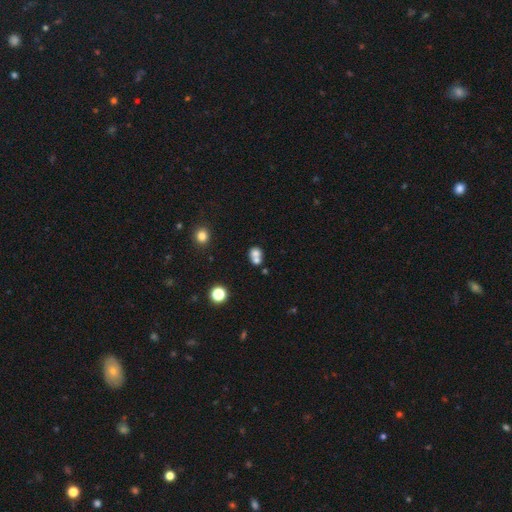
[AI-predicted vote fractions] This is likely a smooth galaxy (68%). How rounded: likely round (69%). Merging: possibly merger (59%).